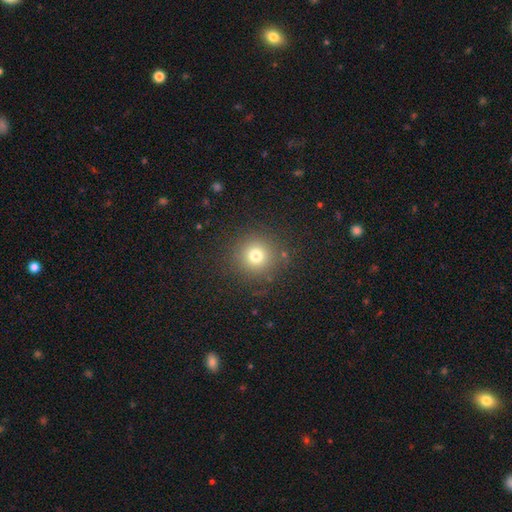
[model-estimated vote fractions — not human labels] smooth 75%, star or artifact 16%, featured or disk 8%. Down the decision tree: how rounded — round (94%); merging — none (88%).